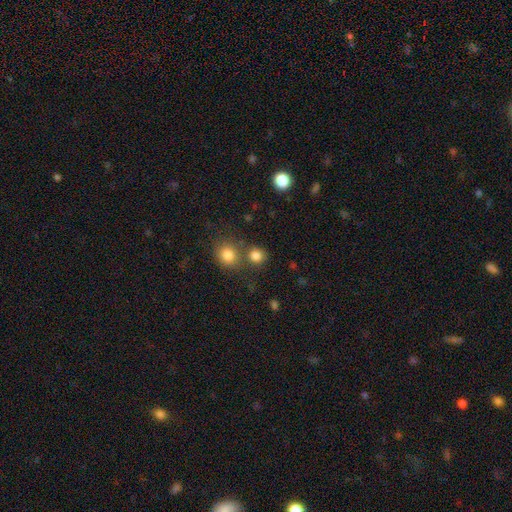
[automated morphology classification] The model was most divided on "merging": none: 65%, merger: 24%, minor disturbance: 8%, major disturbance: 3%. More confident: how rounded — round (85%); smooth or featured — smooth (82%).